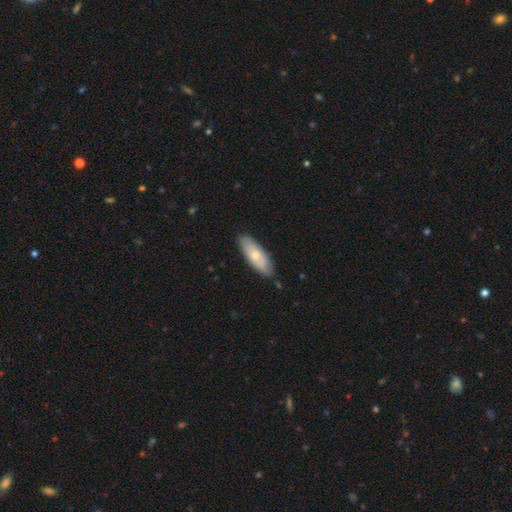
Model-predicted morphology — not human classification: Smooth or featured: smooth — 66% (featured or disk — 29%)
How rounded: in between — 70% (cigar-shaped — 28%)
Merging: none — 82% (minor disturbance — 15%)